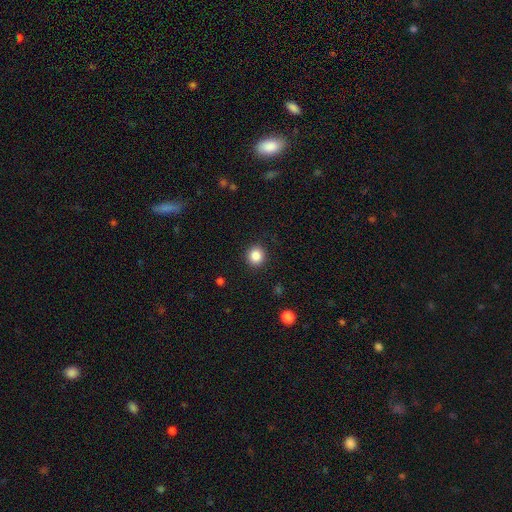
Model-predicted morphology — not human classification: Smooth or featured?
  - smooth: 86% *
  - star or artifact: 10%
  - featured or disk: 4%
How rounded?
  - round: 89% *
  - in between: 10%
  - cigar-shaped: 1%
Merging?
  - none: 91% *
  - minor disturbance: 6%
  - major disturbance: 2%
  - merger: 1%